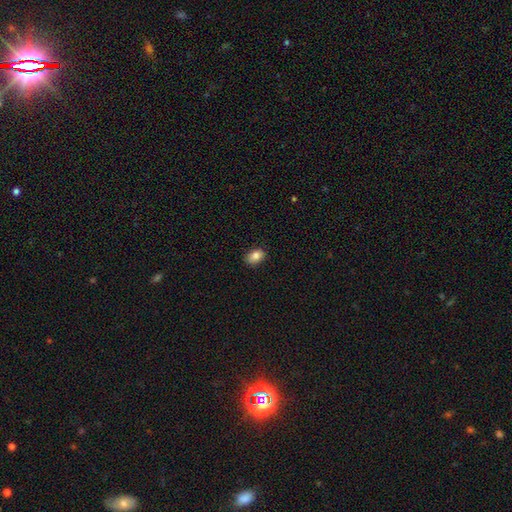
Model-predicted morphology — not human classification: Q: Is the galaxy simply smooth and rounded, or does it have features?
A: smooth — 84%.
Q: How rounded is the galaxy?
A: in between — 78%.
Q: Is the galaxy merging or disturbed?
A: none — 85%.